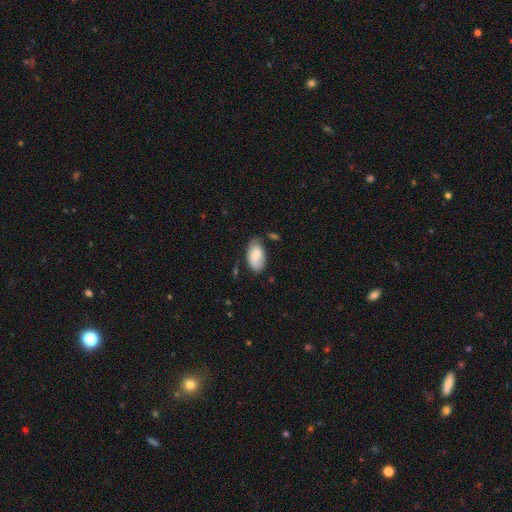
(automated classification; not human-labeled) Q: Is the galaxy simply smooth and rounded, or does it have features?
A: smooth — 79%.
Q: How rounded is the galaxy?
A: in between — 95%.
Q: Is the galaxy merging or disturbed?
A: none — 56%.